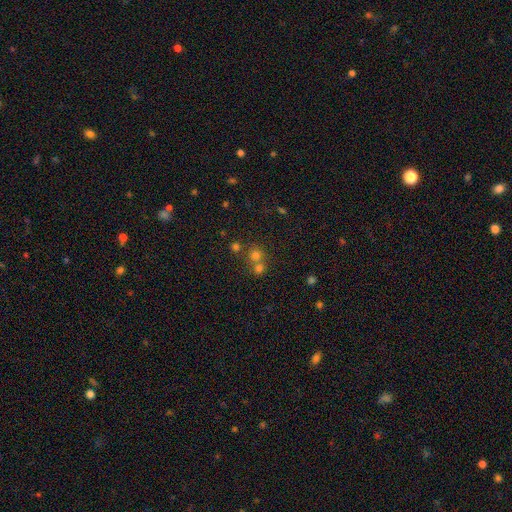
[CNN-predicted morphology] smooth-or-featured: smooth: 63% | star or artifact: 26% | featured or disk: 11%
  how-rounded: round: 89% | in between: 10% | cigar-shaped: 1%
  merging: none: 51% | merger: 41% | minor disturbance: 5% | major disturbance: 2%